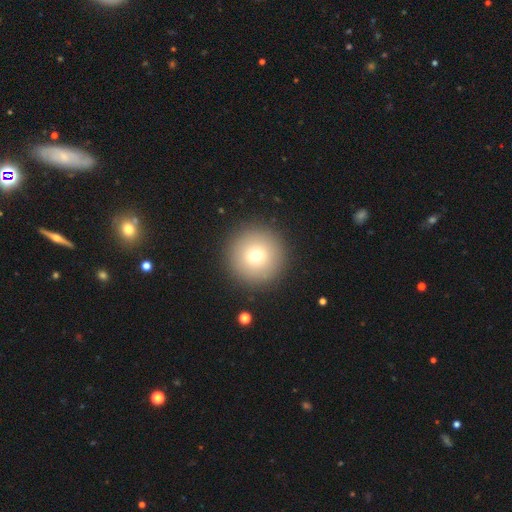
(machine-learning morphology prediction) type=smooth (74%); roundness=round (97%); merging=none (91%).